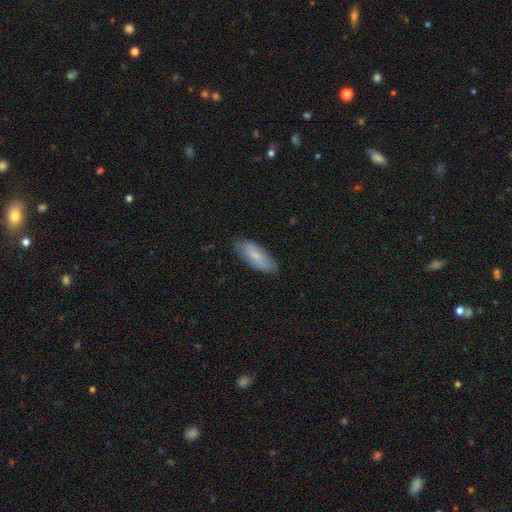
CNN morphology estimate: A smooth galaxy with no disk features (72%) that is in between round and cigar-shaped (75%). Merging: none (79%).